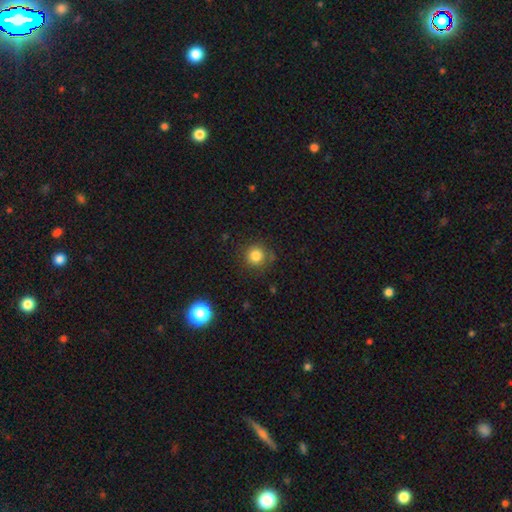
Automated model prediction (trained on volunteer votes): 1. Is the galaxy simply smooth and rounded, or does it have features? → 82% smooth, 12% star or artifact, 5% featured or disk.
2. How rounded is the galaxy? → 92% round, 7% in between, 1% cigar-shaped.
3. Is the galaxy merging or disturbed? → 83% none, 11% minor disturbance, 4% major disturbance, 2% merger.